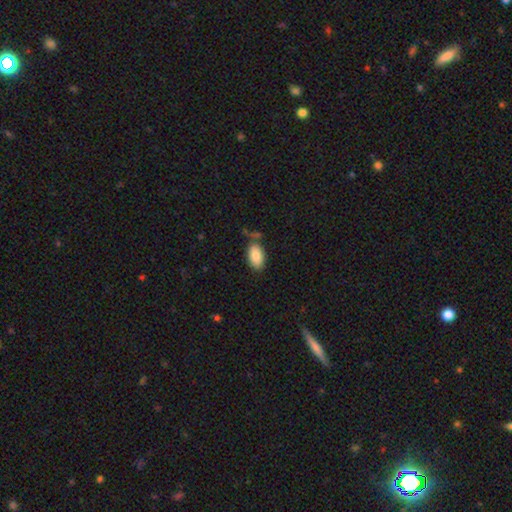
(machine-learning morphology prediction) The model was most divided on "merging": none: 69%, minor disturbance: 17%, merger: 9%, major disturbance: 5%. More confident: how rounded — in between (94%); smooth or featured — smooth (86%).